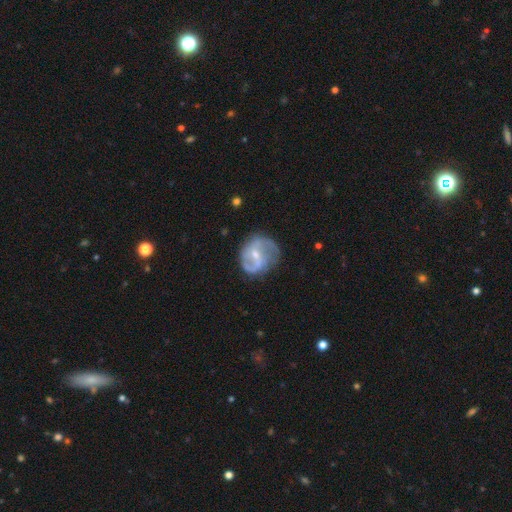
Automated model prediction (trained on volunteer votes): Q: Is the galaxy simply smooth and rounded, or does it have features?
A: featured or disk — 76%.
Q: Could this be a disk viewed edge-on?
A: no — 98%.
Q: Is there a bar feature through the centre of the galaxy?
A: weak — 51%.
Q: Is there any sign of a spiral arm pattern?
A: yes — 86%.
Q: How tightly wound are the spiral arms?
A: medium — 43%.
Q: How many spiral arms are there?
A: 2 — 73%.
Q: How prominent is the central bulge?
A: small — 55%.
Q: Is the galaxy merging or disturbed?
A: none — 58%.